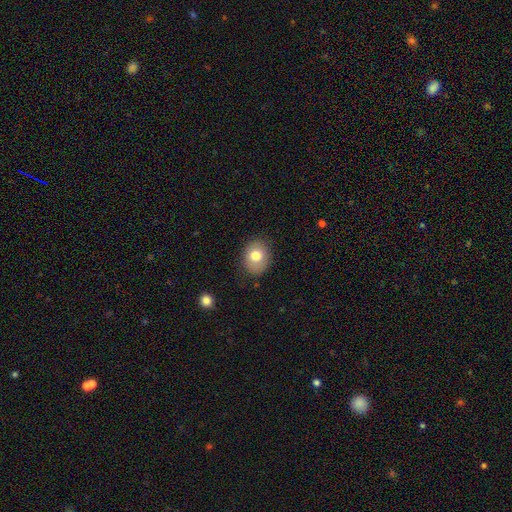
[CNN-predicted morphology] This appears to be a smooth galaxy with no disk features (78%) that is round (51%). Merging: none (81%).